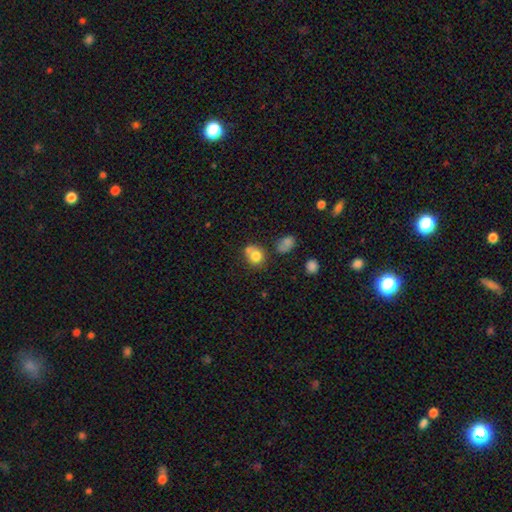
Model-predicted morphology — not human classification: smooth_or_featured: smooth (p=0.77) [alt: featured or disk p=0.12]
how_rounded: round (p=0.67) [alt: in between p=0.32]
merging: none (p=0.47) [alt: merger p=0.27]